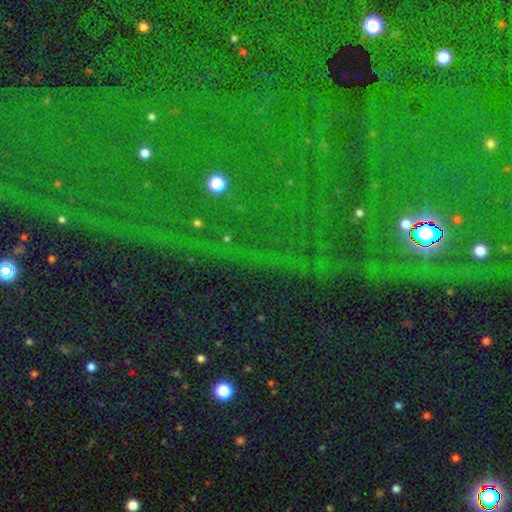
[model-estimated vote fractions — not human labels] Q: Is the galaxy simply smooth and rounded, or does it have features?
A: star or artifact — 84%.